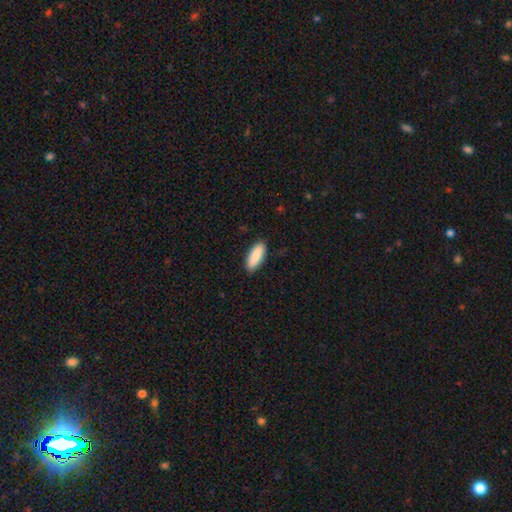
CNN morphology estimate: This is clearly a smooth galaxy (89%). How rounded: likely in between (68%). Merging: clearly none (89%).